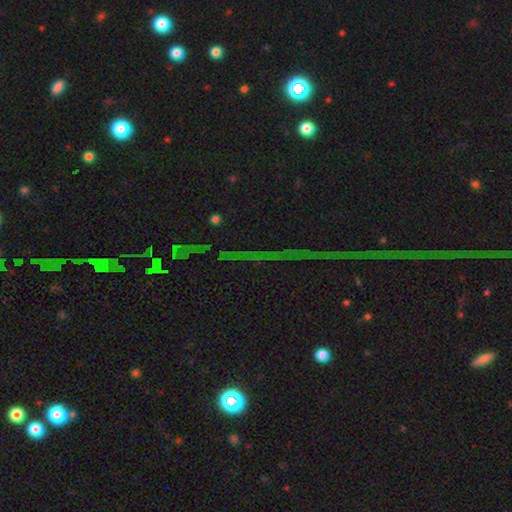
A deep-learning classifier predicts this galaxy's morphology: Smooth or featured? Predicted: star or artifact (p=0.78).